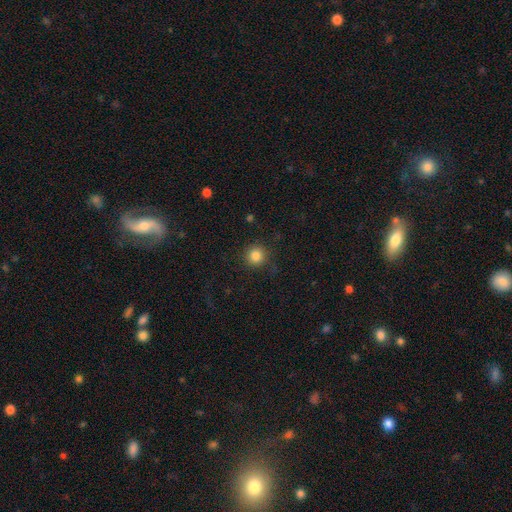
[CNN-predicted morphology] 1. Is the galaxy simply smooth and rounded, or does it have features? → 84% smooth, 11% star or artifact, 5% featured or disk.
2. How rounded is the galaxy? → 94% round, 5% in between, 1% cigar-shaped.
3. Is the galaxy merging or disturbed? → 88% none, 8% minor disturbance, 3% major disturbance, 1% merger.